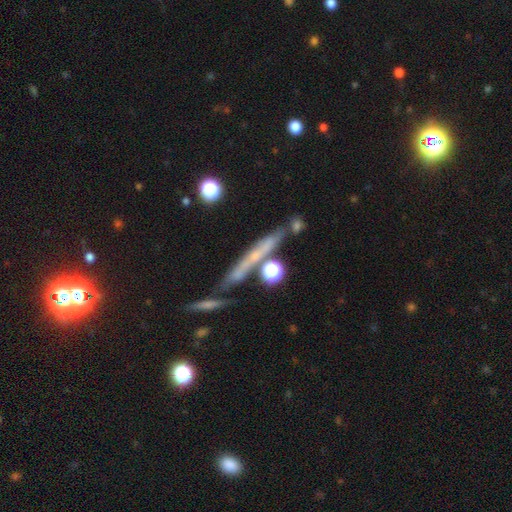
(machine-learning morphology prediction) The model was most divided on "smooth or featured": featured or disk: 49%, smooth: 37%, star or artifact: 14%. More confident: merging — none (71%).